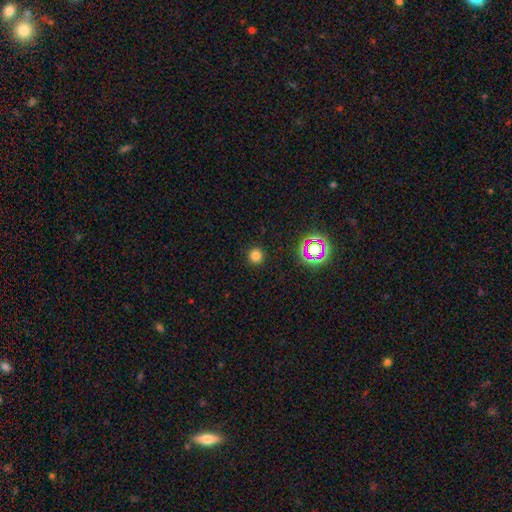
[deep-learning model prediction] This is likely a smooth galaxy (77%). How rounded: clearly round (95%). Merging: clearly none (91%).